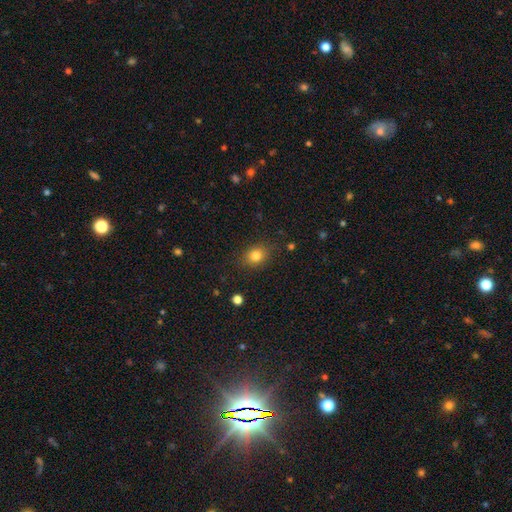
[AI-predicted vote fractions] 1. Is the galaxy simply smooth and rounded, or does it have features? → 82% smooth, 11% star or artifact, 7% featured or disk.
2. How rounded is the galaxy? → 50% round, 49% in between, 1% cigar-shaped.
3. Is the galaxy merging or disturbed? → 85% none, 11% minor disturbance, 3% major disturbance, 1% merger.